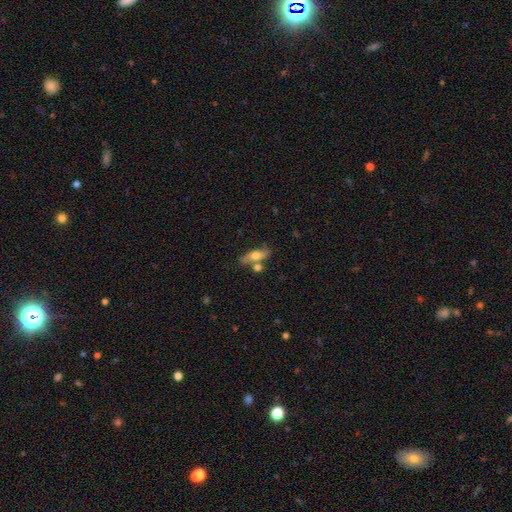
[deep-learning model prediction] A smooth galaxy with no disk features (56%) that is in between round and cigar-shaped (53%).

Vote fractions:
- Smooth or featured? smooth: 56% / featured or disk: 37% / star or artifact: 7%
- How rounded? in between: 53% / cigar-shaped: 43% / round: 4%
- Merging? none: 66% / merger: 17% / minor disturbance: 13% / major disturbance: 4%